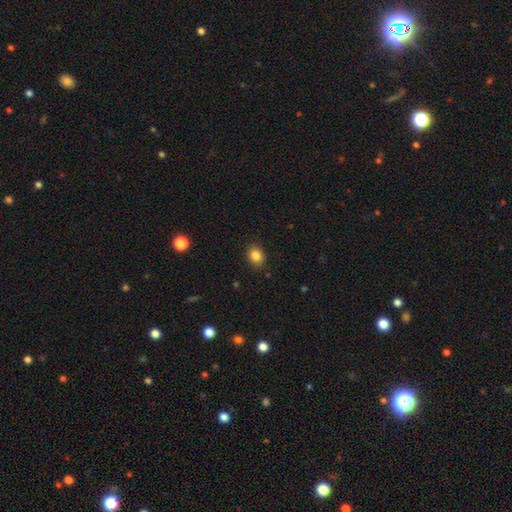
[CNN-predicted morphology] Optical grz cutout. It shows a smooth galaxy with no disk features (84%) that is round (53%). Merging: none (88%).